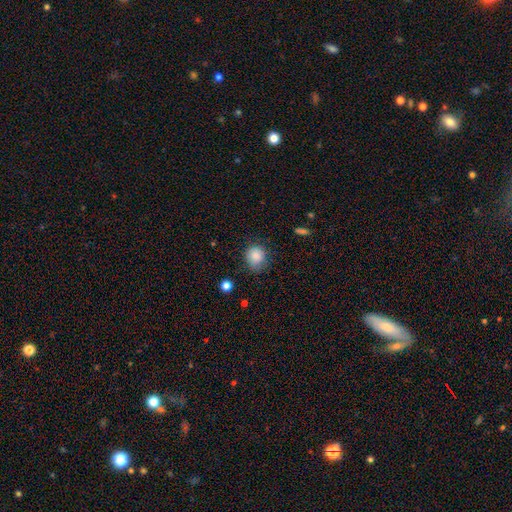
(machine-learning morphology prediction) Smooth or featured?
  - smooth: 83% *
  - star or artifact: 10%
  - featured or disk: 7%
How rounded?
  - round: 77% *
  - in between: 22%
  - cigar-shaped: 1%
Merging?
  - none: 71% *
  - minor disturbance: 23%
  - major disturbance: 5%
  - merger: 1%